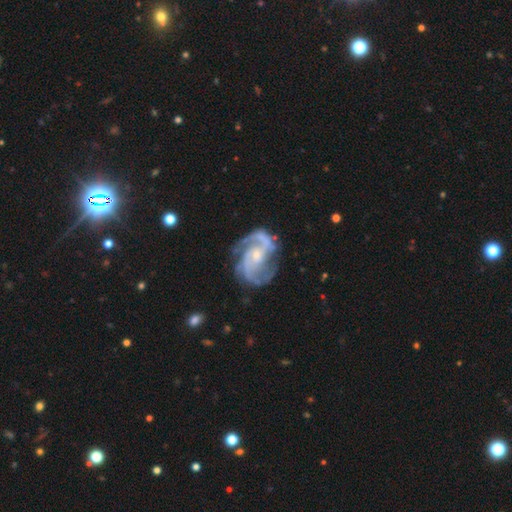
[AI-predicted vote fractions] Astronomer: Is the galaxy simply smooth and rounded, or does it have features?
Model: featured or disk — 92%.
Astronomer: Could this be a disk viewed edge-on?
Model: no — 98%.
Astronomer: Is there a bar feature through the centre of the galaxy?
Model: no — 51% (runner-up: weak, 37%).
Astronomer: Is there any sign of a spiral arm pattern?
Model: yes — 98%.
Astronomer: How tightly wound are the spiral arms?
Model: medium — 58%.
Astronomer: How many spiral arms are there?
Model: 2 — 76%.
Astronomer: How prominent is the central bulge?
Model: small — 61%.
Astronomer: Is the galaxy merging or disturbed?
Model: none — 71%.